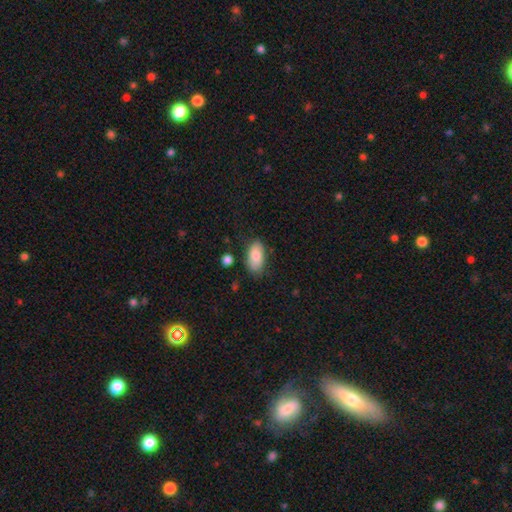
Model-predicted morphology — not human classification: Overall: smooth (83%). How rounded: in between (93%). Merging: none (78%).